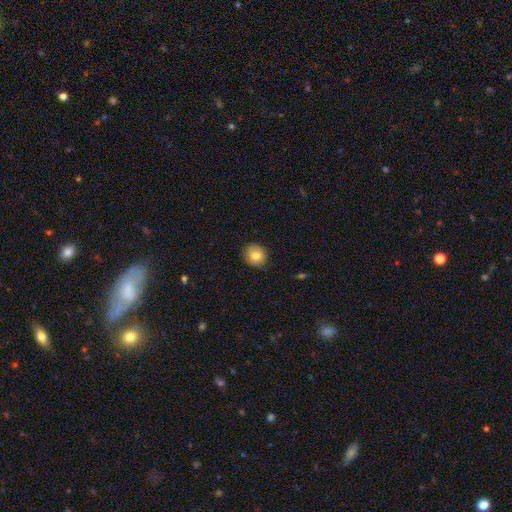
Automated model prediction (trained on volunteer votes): Smooth or featured? Predicted: smooth (p=0.80). How rounded? Predicted: round (p=0.83). Merging? Predicted: none (p=0.87).